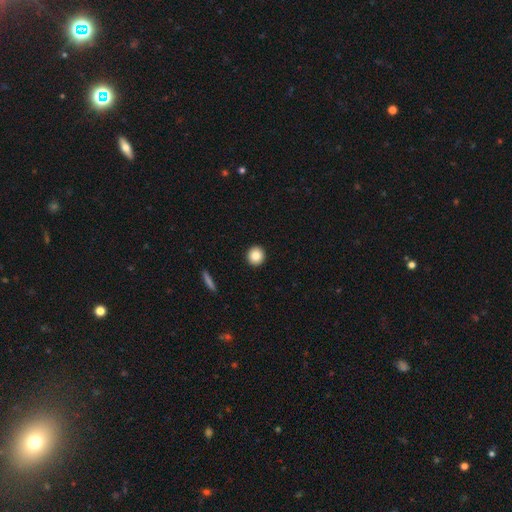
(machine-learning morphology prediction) This appears to be a smooth galaxy with no disk features (84%) that is round (92%). Merging: none (93%).